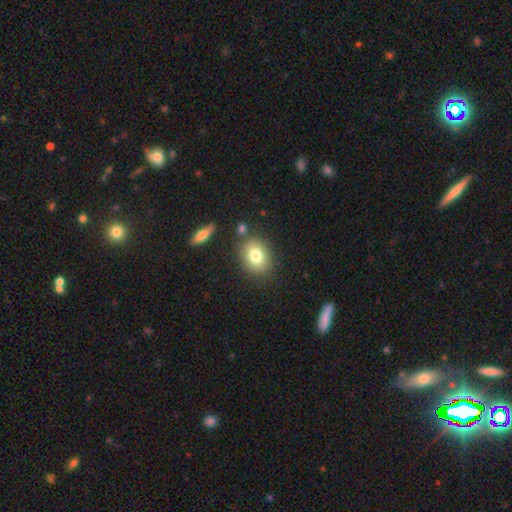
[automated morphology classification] A smooth galaxy with no disk features (79%) that is in between round and cigar-shaped (61%). Merging: none (80%).